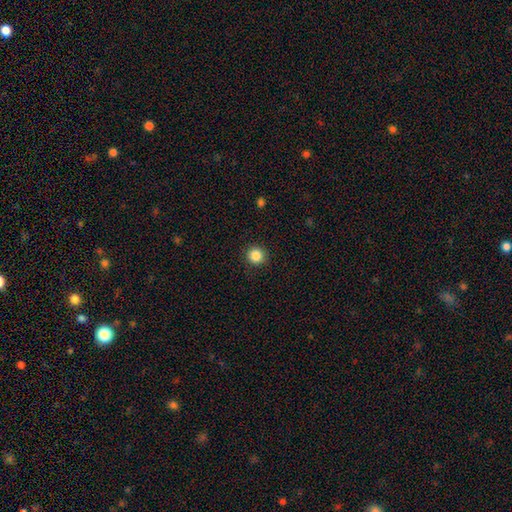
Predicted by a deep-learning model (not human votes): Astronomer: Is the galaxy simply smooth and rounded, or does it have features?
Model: smooth — 85%.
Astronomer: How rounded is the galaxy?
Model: round — 94%.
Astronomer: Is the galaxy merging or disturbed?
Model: none — 92%.